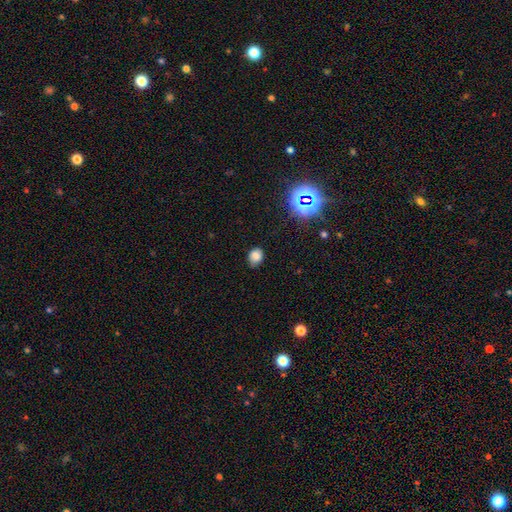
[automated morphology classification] Q: Smooth or featured?
A: smooth (78%); runner-up: star or artifact (16%)
Q: How rounded?
A: in between (54%); runner-up: round (45%)
Q: Merging?
A: none (75%); runner-up: minor disturbance (19%)